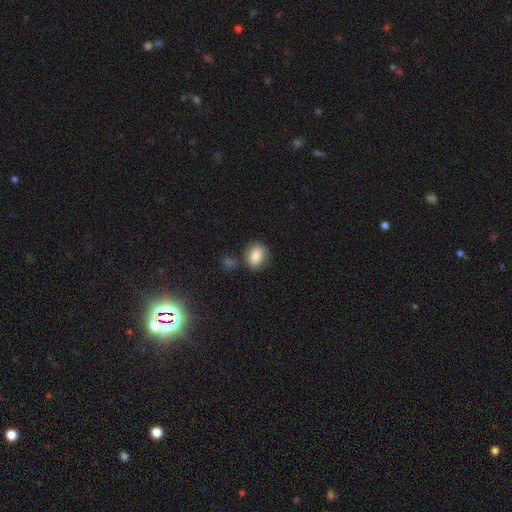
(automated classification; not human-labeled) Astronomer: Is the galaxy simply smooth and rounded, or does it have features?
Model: smooth — 79%.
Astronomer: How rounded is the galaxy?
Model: in between — 55% (runner-up: round, 44%).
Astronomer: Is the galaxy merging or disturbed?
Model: none — 67%.